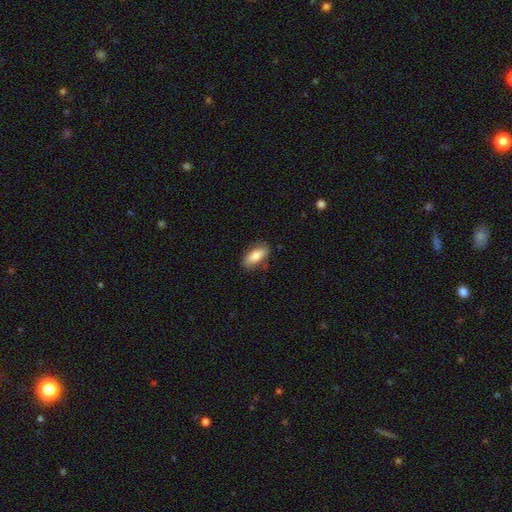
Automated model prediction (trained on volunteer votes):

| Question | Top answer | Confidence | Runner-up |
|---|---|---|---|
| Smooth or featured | smooth | 78% | featured or disk (16%) |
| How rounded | in between | 78% | cigar-shaped (19%) |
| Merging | none | 82% | minor disturbance (13%) |